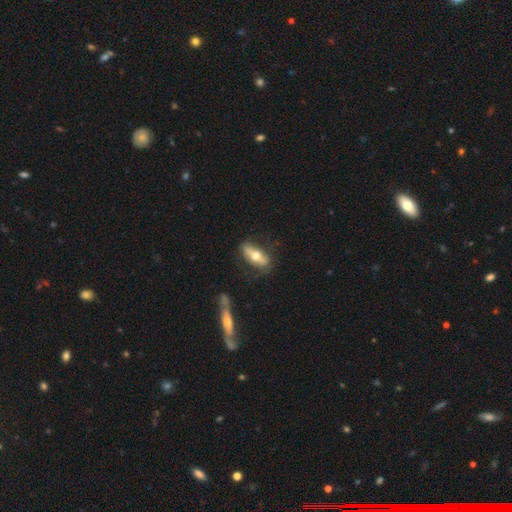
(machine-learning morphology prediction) Smooth or featured? Predicted: featured or disk (p=0.47, tied with smooth). Merging? Predicted: none (p=0.73).